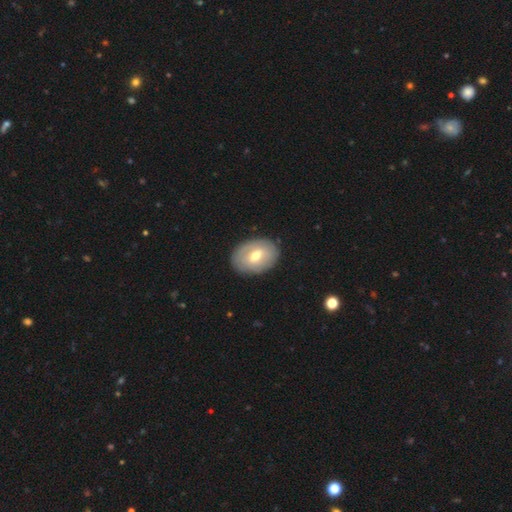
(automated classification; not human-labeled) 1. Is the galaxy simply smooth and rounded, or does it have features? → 48% smooth, 45% featured or disk, 6% star or artifact.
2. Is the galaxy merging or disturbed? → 85% none, 11% minor disturbance, 3% major disturbance, 1% merger.